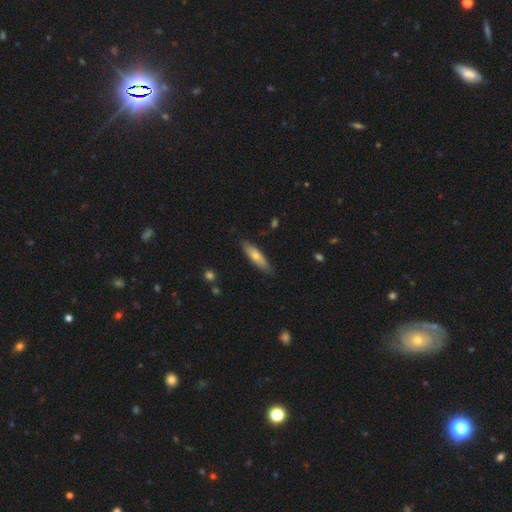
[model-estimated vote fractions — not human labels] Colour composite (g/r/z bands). It shows a smooth galaxy with no disk features (65%) that is cigar-shaped (63%). Merging: none (84%).